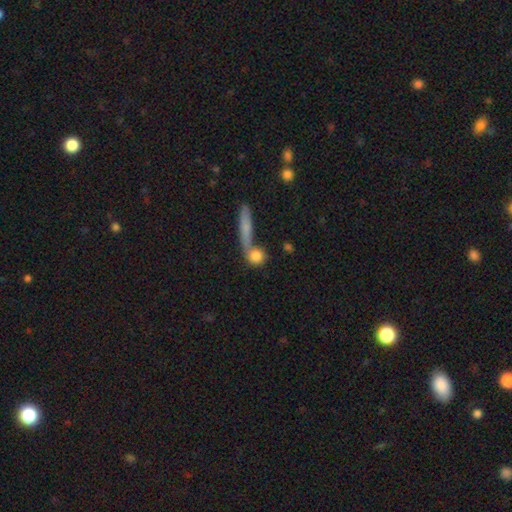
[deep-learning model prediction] Smooth or featured? smooth (79%)
How rounded? round (73%)
Merging? none (52%)